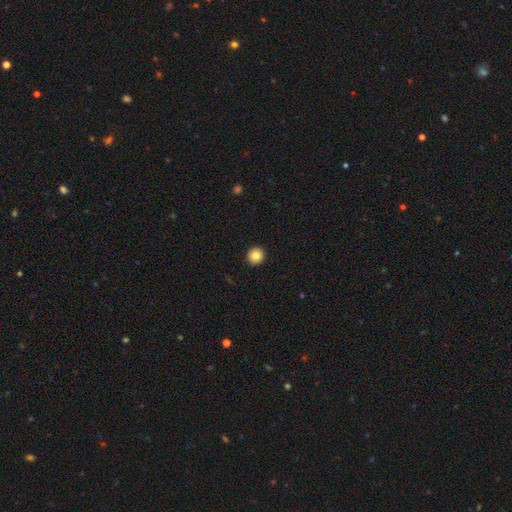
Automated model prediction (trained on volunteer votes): The model was most divided on "smooth or featured": smooth: 84%, star or artifact: 9%, featured or disk: 6%. More confident: how rounded — round (95%); merging — none (94%).